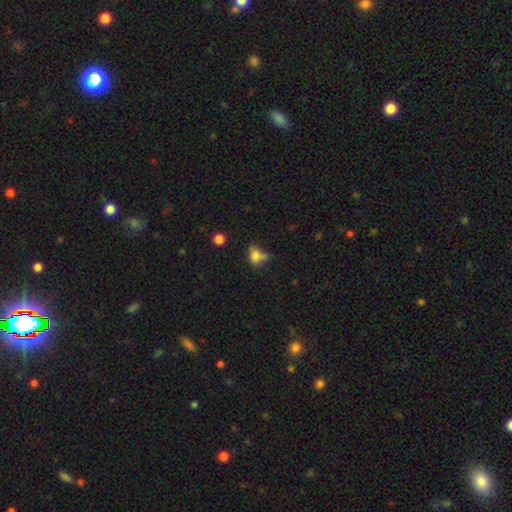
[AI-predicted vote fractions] A smooth galaxy with no disk features (73%) that is in between round and cigar-shaped (56%). Merging: none (40%).